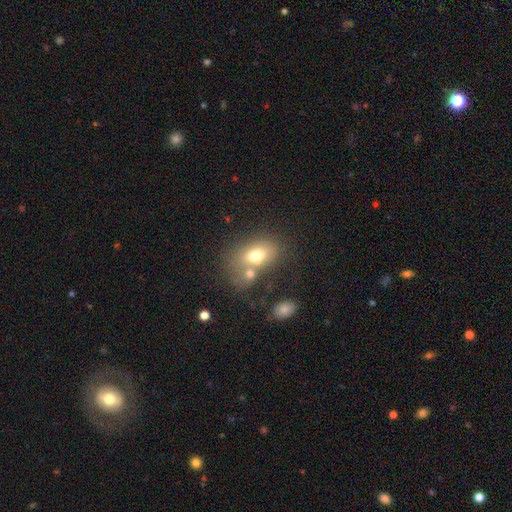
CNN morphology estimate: Smooth or featured: smooth — 68% (featured or disk — 21%)
How rounded: in between — 76% (round — 22%)
Merging: none — 41% (merger — 39%)